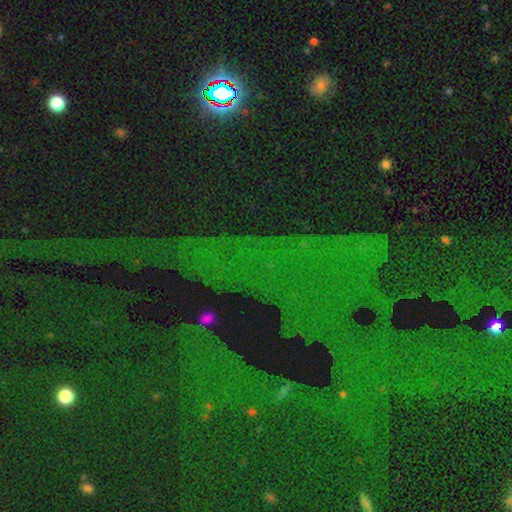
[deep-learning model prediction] A star or artifact, not a galaxy (83%).